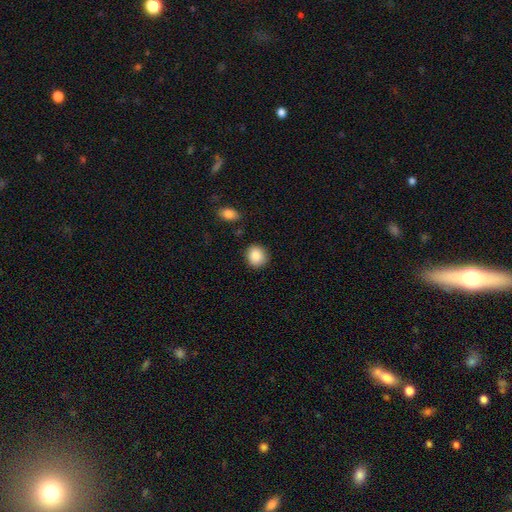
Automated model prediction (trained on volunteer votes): Smooth or featured? smooth (88%)
How rounded? round (80%)
Merging? none (87%)